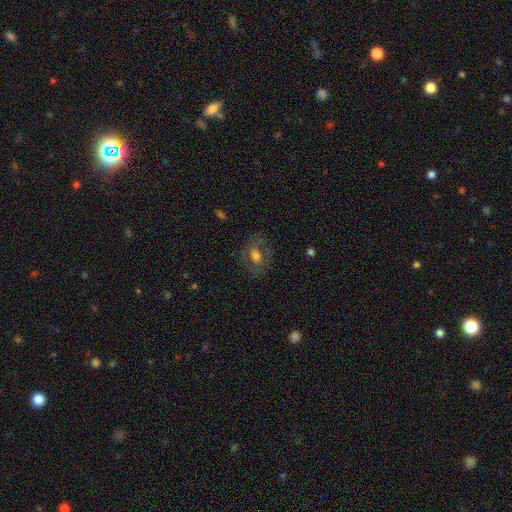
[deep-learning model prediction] This appears to be a smooth galaxy with no disk features (48%). Merging: none (74%).